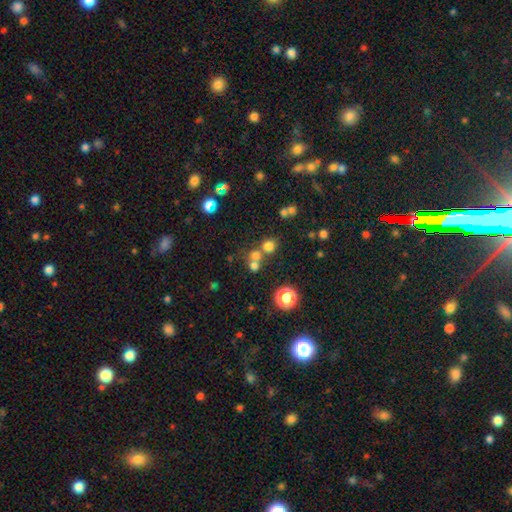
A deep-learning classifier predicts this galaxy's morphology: This is likely a smooth galaxy (67%). How rounded: clearly round (87%). Merging: possibly none (53%).